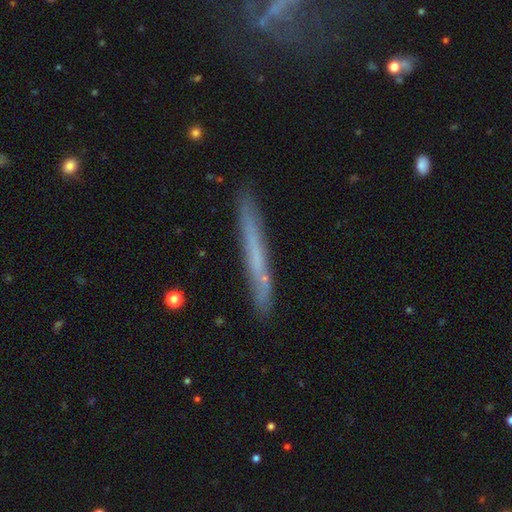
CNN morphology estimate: smooth 47%, featured or disk 46%, star or artifact 7%. Down the decision tree: merging — none (86%).